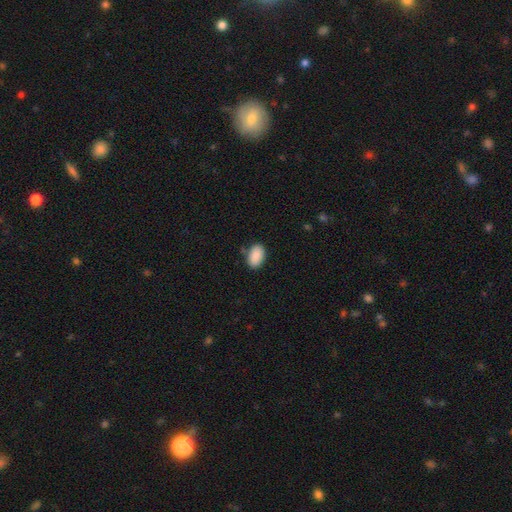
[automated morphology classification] Smooth or featured? Predicted: smooth (p=0.89). How rounded? Predicted: in between (p=0.91). Merging? Predicted: none (p=0.77).